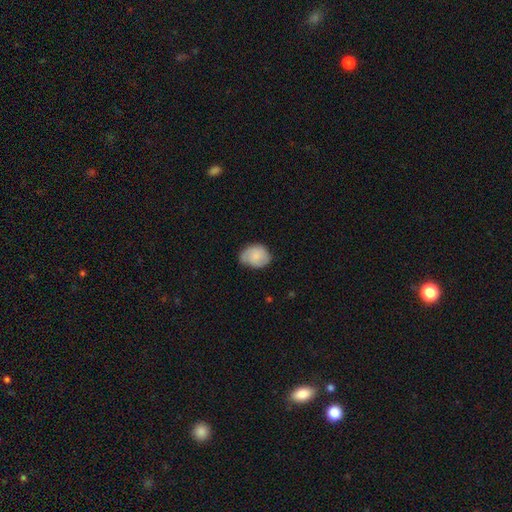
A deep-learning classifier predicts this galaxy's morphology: smooth 73%, featured or disk 20%, star or artifact 7%. Down the decision tree: how rounded — in between (60%); merging — none (57%).